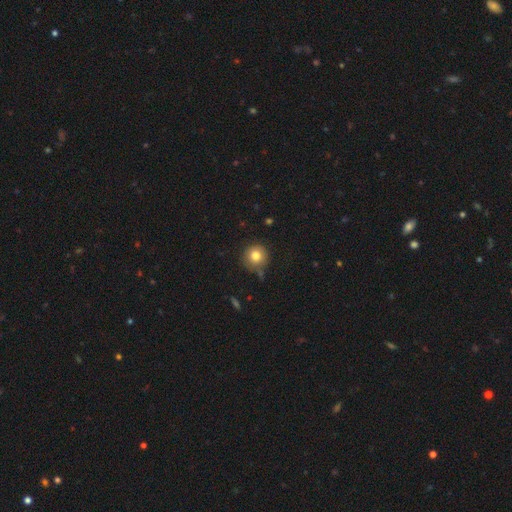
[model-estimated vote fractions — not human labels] This appears to be a smooth galaxy with no disk features (81%) that is round (95%). Merging: none (78%).